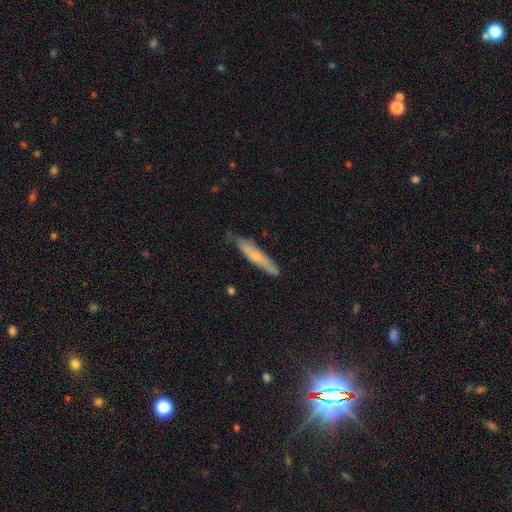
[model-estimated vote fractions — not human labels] Q: Smooth or featured?
A: smooth (54%); runner-up: featured or disk (40%)
Q: How rounded?
A: cigar-shaped (89%); runner-up: in between (9%)
Q: Merging?
A: none (72%); runner-up: minor disturbance (23%)